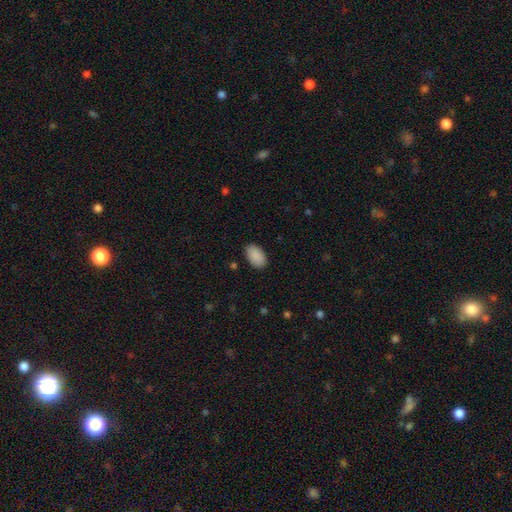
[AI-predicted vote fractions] A smooth galaxy with no disk features (91%) that is in between round and cigar-shaped (94%).

Vote fractions:
- Smooth or featured? smooth: 91% / star or artifact: 6% / featured or disk: 3%
- How rounded? in between: 94% / round: 5% / cigar-shaped: 1%
- Merging? none: 88% / minor disturbance: 9% / major disturbance: 2% / merger: 1%